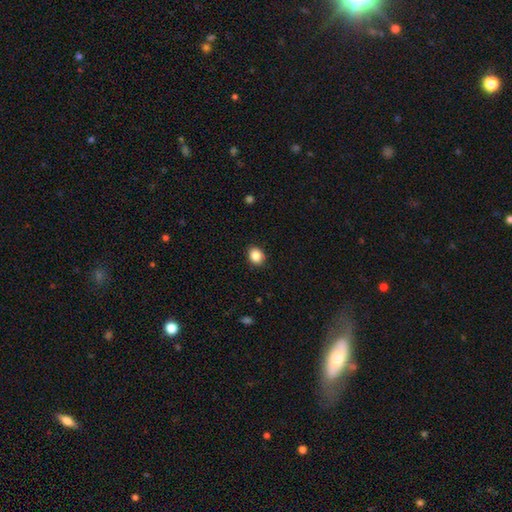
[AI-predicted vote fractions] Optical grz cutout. It shows a smooth galaxy with no disk features (87%) that is round (61%). Merging: none (88%).